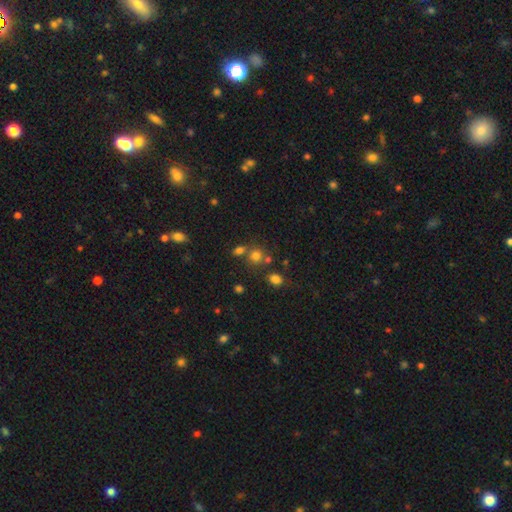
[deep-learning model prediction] Morphology: type=smooth (73%); roundness=round (81%); merging=none (62%).